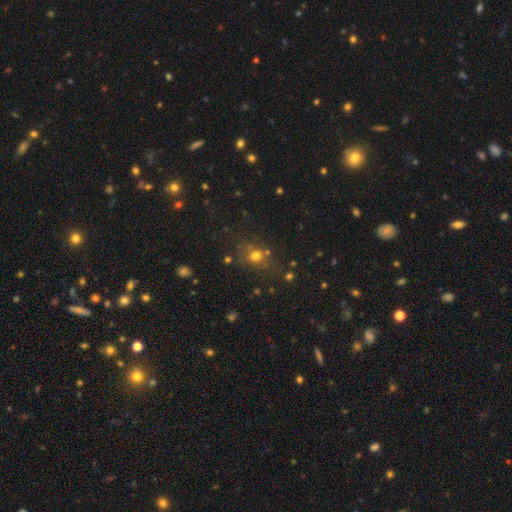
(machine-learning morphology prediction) This appears to be a smooth galaxy with no disk features (67%) that is round (69%). Merging: none (68%).